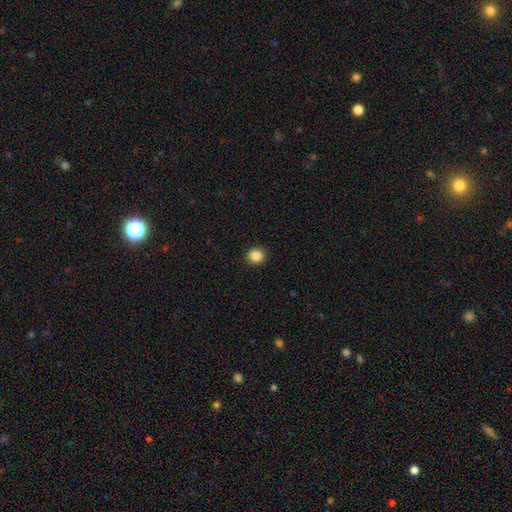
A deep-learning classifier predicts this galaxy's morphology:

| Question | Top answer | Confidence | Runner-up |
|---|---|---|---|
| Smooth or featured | smooth | 86% | star or artifact (10%) |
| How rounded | round | 92% | in between (8%) |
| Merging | none | 93% | minor disturbance (5%) |